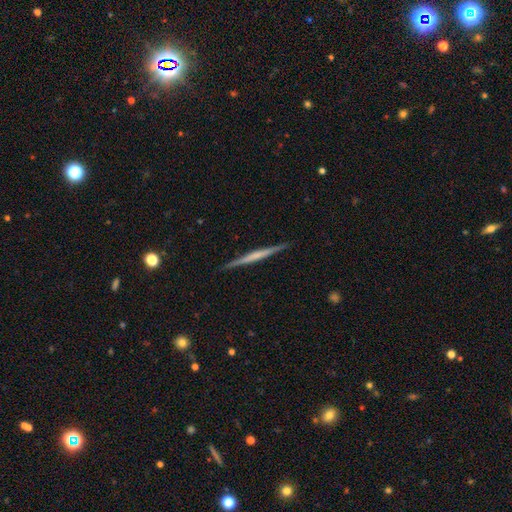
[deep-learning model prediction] smooth_or_featured: featured or disk (p=0.63) [alt: smooth p=0.31]
disk_edge_on: yes (p=0.98) [alt: no p=0.02]
edge_on_bulge: none (p=0.66) [alt: rounded p=0.19]
merging: none (p=0.91) [alt: minor disturbance p=0.06]